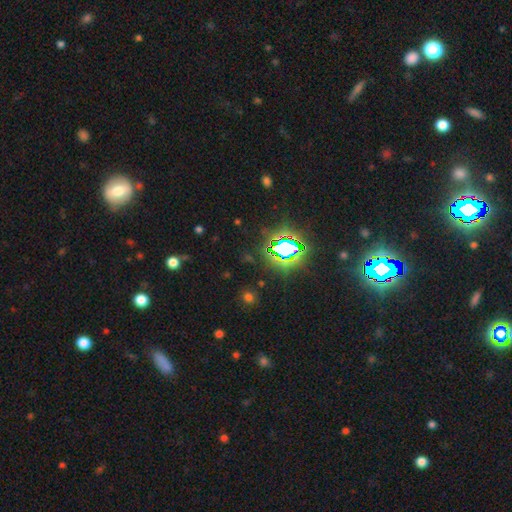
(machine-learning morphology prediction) This is likely a star or artifact rather than a galaxy (78%).